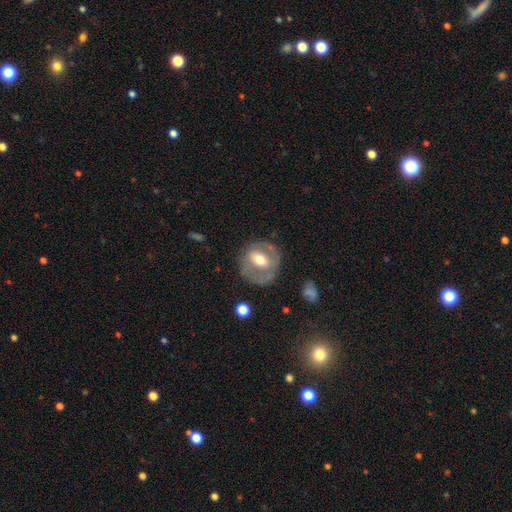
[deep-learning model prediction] Smooth or featured: featured or disk — 61% (smooth — 31%)
Edge-on disk: no — 94% (yes — 6%)
Bar: weak — 39% (no — 33%)
Spiral arms: no — 60% (yes — 40%)
Bulge size: moderate — 72% (small — 16%)
Merging: none — 73% (minor disturbance — 16%)